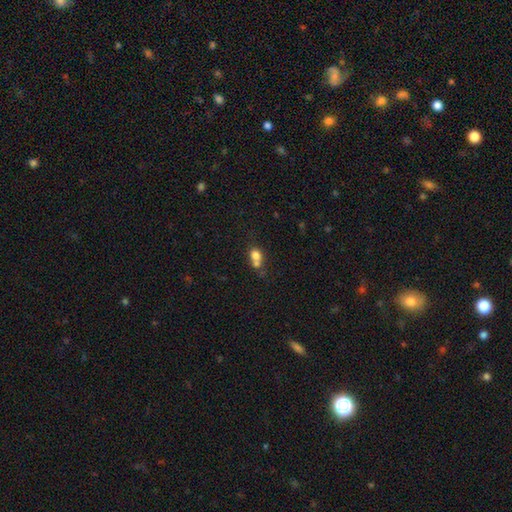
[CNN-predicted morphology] This is likely a smooth galaxy (74%). How rounded: likely round (60%). Merging: possibly merger (54%).